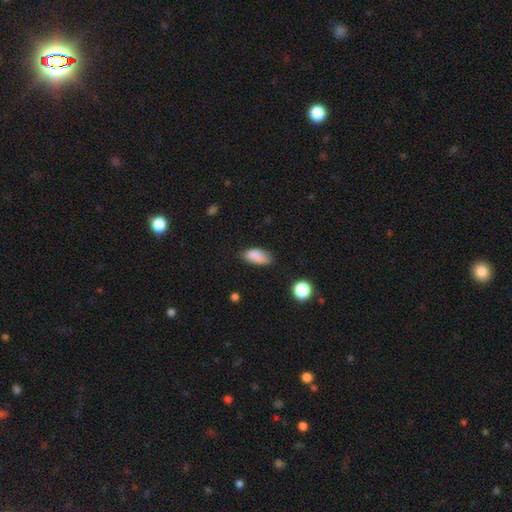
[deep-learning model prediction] A smooth galaxy with no disk features (84%) that is in between round and cigar-shaped (89%). Merging: none (63%).